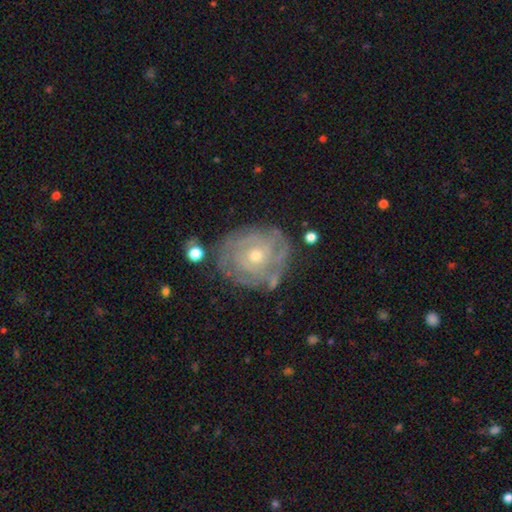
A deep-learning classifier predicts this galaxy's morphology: A featured or disk galaxy (80%) with no bar (80%), tight (77%) spiral arms (84%) and a small central bulge (55%). Merging: none (71%).